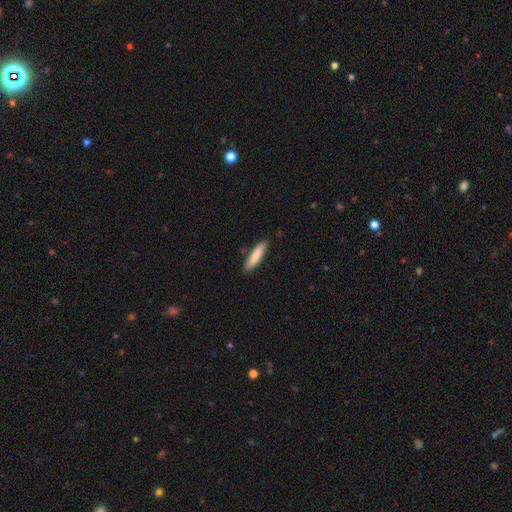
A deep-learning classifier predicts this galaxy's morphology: smooth-or-featured: smooth: 81% | featured or disk: 13% | star or artifact: 6%
  how-rounded: cigar-shaped: 77% | in between: 21% | round: 1%
  merging: none: 85% | minor disturbance: 11% | merger: 2% | major disturbance: 2%